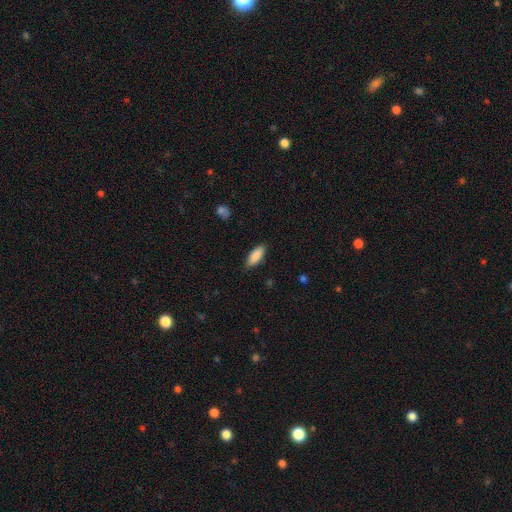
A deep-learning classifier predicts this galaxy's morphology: Smooth or featured? smooth (88%)
How rounded? in between (76%)
Merging? none (85%)